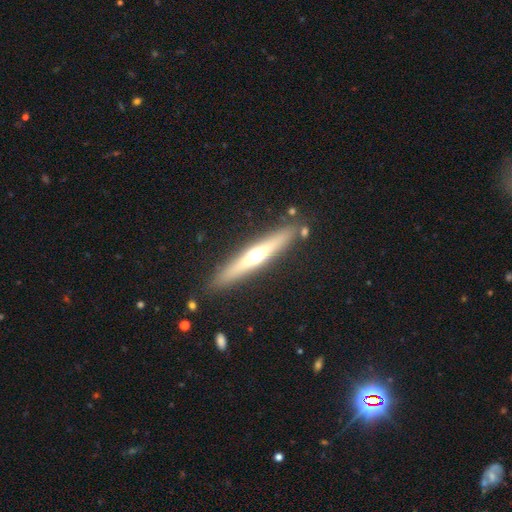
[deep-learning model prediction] Q: Smooth or featured?
A: featured or disk (61%); runner-up: smooth (33%)
Q: Edge-on disk?
A: yes (94%); runner-up: no (6%)
Q: Edge-on bulge?
A: rounded (89%); runner-up: none (7%)
Q: Merging?
A: none (86%); runner-up: minor disturbance (8%)